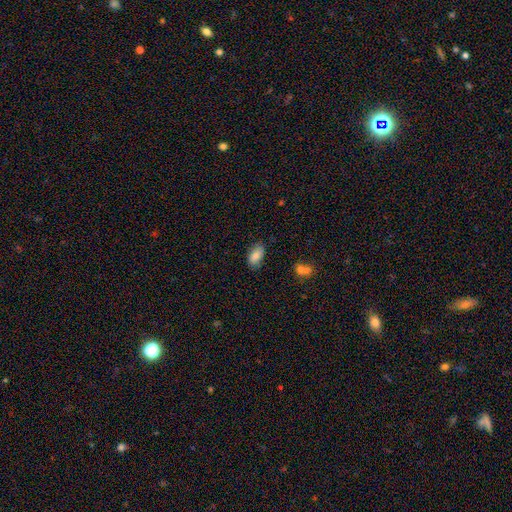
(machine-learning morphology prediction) Overall: smooth (84%). How rounded: in between (93%). Merging: none (78%).